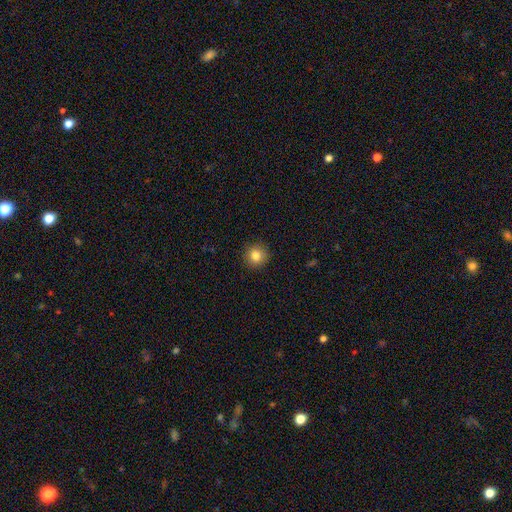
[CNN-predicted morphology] A smooth galaxy with no disk features (83%) that is round (93%). Merging: none (91%).